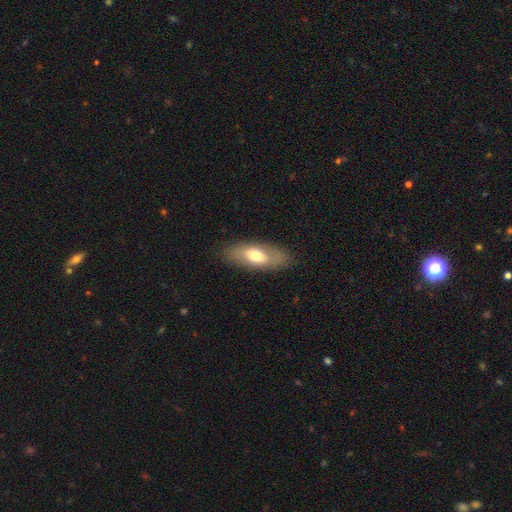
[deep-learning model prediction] smooth_or_featured: smooth (p=0.61) [alt: featured or disk p=0.33]
how_rounded: in between (p=0.80) [alt: cigar-shaped p=0.16]
merging: none (p=0.83) [alt: minor disturbance p=0.12]